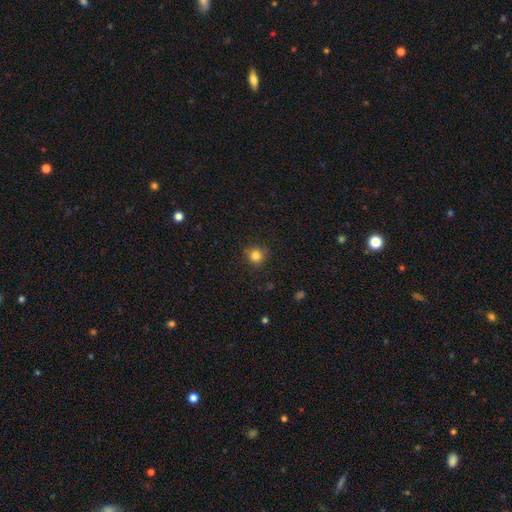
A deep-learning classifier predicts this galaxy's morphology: This is clearly a smooth galaxy (83%). How rounded: clearly round (92%). Merging: clearly none (87%).